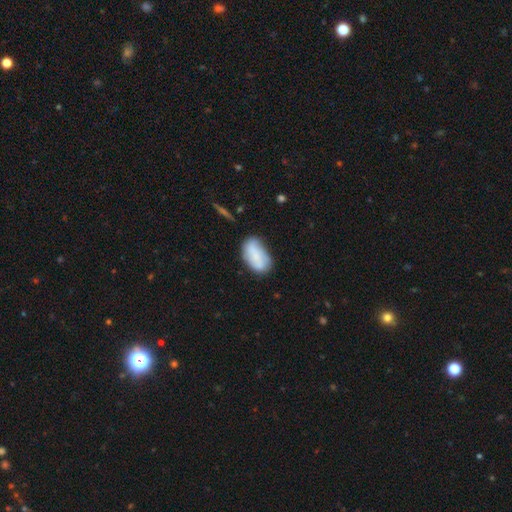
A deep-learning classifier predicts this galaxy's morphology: This is likely a smooth galaxy (77%). How rounded: clearly in between (93%). Merging: likely none (60%).